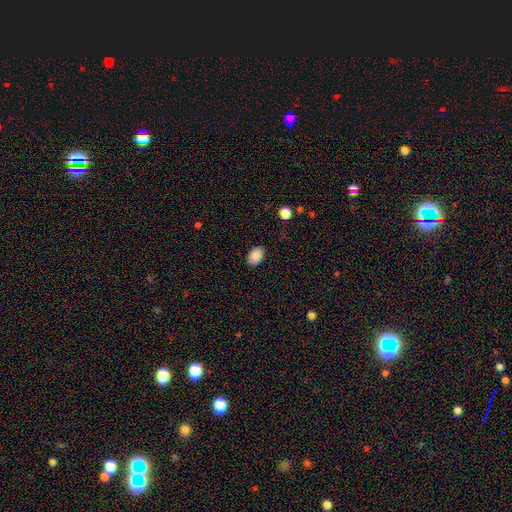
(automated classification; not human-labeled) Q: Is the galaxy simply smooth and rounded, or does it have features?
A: smooth — 89%.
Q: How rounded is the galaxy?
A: in between — 82%.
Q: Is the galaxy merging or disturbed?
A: none — 87%.